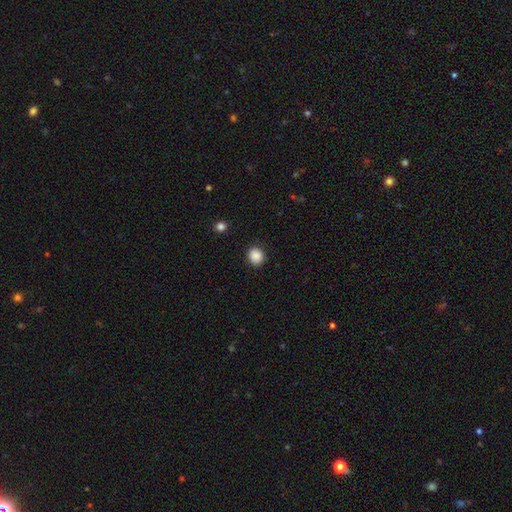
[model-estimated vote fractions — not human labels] Overall: smooth (88%). How rounded: round (73%). Merging: none (87%).